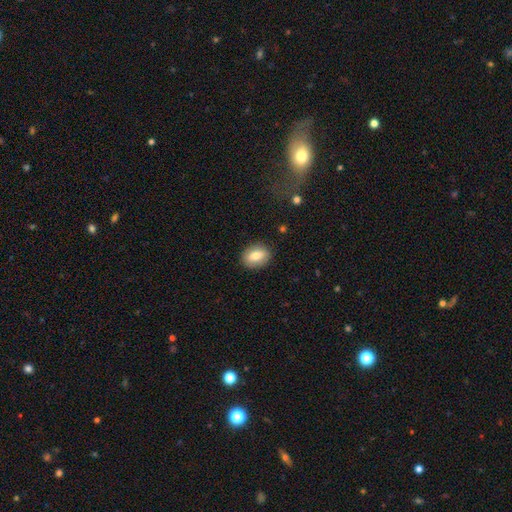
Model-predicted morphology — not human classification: This appears to be a smooth galaxy with no disk features (73%) that is in between round and cigar-shaped (67%). Merging: none (86%).